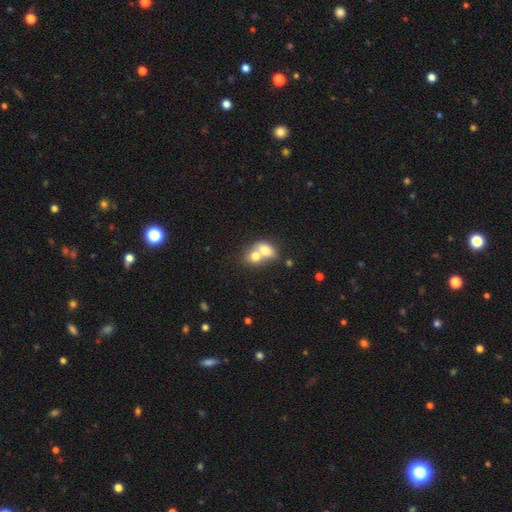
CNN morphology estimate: smooth 73%, featured or disk 19%, star or artifact 8%. Down the decision tree: how rounded — in between (64%); merging — merger (74%).